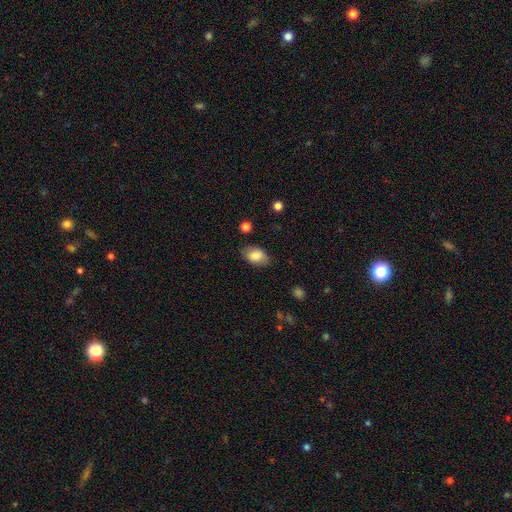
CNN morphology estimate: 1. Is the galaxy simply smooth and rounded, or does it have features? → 83% smooth, 9% featured or disk, 7% star or artifact.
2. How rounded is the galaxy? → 89% in between, 10% round, 1% cigar-shaped.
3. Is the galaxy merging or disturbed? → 78% none, 16% minor disturbance, 4% major disturbance, 1% merger.